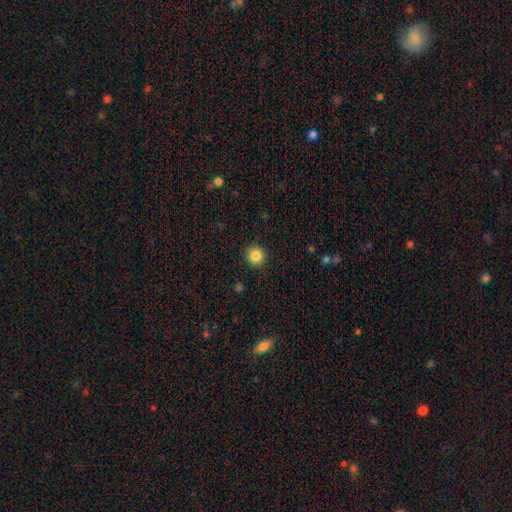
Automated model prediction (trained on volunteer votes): Morphology: type=smooth (85%); roundness=round (90%); merging=none (91%).